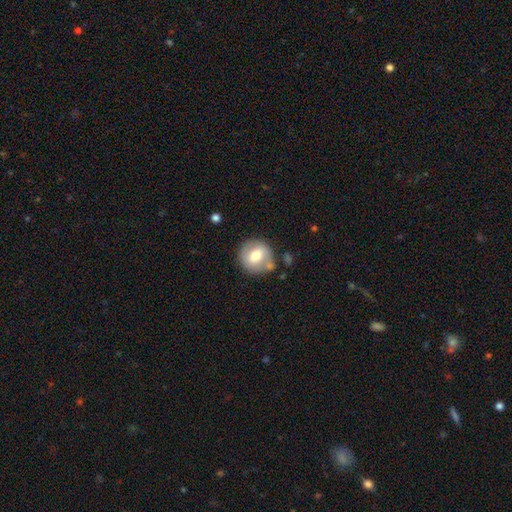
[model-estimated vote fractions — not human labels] A smooth galaxy with no disk features (66%) that is round (90%). Merging: none (74%).